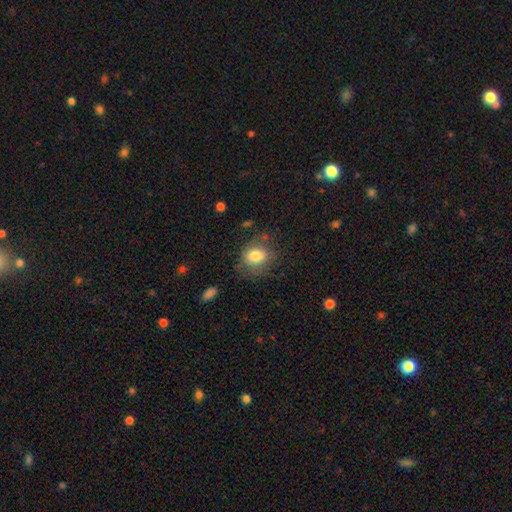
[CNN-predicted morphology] A smooth galaxy with no disk features (79%) that is in between round and cigar-shaped (53%). Merging: none (62%).